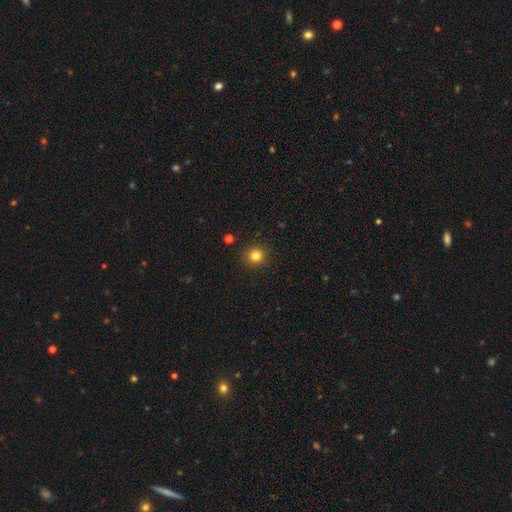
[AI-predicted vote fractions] smooth_or_featured: smooth (p=0.81) [alt: star or artifact p=0.13]
how_rounded: round (p=0.91) [alt: in between p=0.08]
merging: none (p=0.91) [alt: minor disturbance p=0.06]